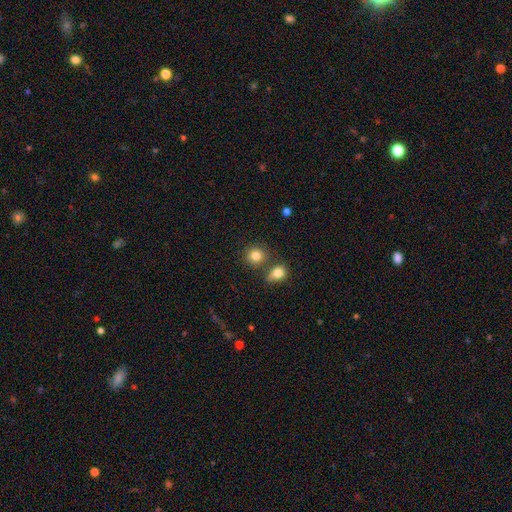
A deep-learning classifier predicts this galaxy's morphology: smooth 81%, star or artifact 11%, featured or disk 7%. Down the decision tree: how rounded — round (84%); merging — none (70%).